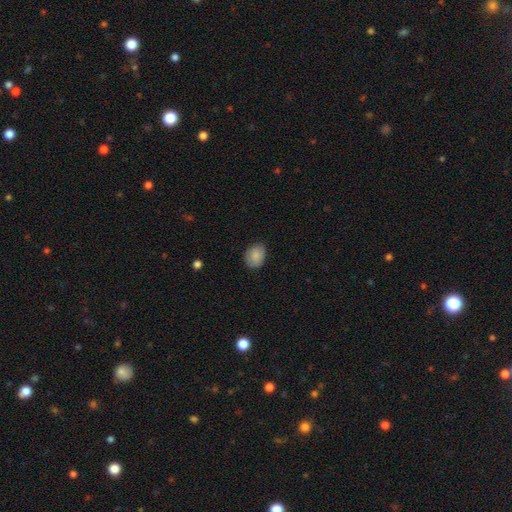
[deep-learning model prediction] The model was most divided on "how rounded": in between: 64%, round: 35%, cigar-shaped: 1%. More confident: smooth or featured — smooth (86%); merging — none (80%).